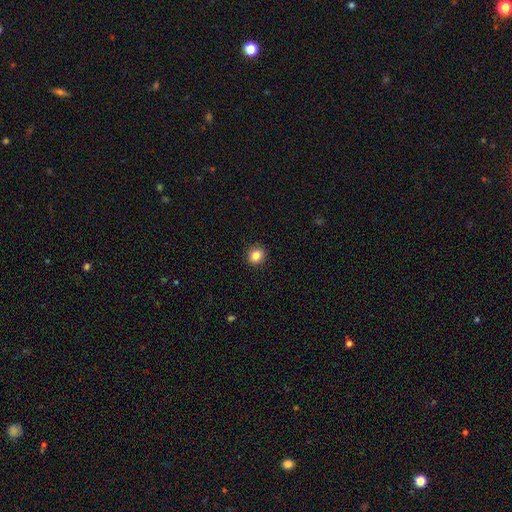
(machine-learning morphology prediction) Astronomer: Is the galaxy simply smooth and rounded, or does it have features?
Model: smooth — 84%.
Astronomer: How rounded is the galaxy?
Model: round — 81%.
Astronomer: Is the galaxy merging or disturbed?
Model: none — 92%.